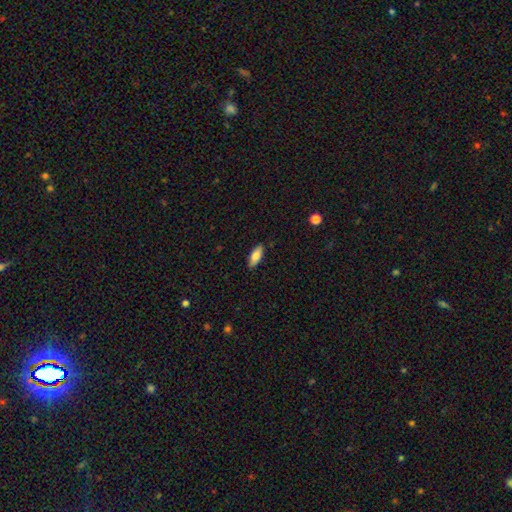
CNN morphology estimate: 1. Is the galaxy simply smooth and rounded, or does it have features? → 81% smooth, 13% featured or disk, 6% star or artifact.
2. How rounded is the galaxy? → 76% in between, 22% cigar-shaped, 2% round.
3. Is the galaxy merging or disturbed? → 87% none, 10% minor disturbance, 2% major disturbance, 1% merger.